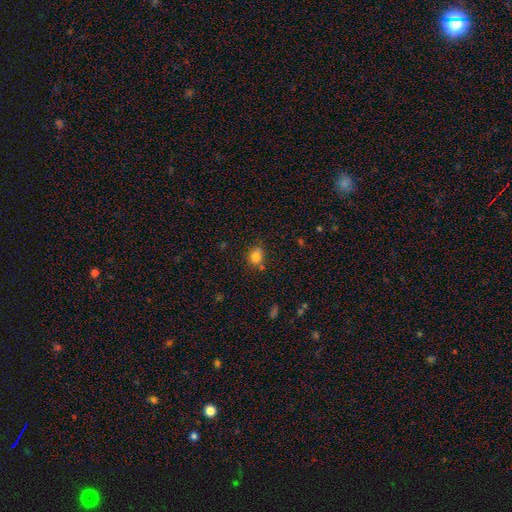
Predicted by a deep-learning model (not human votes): smooth 81%, star or artifact 12%, featured or disk 7%. Down the decision tree: how rounded — round (65%); merging — none (65%).